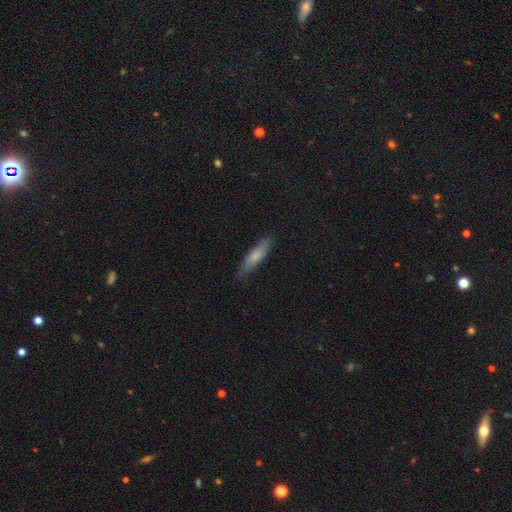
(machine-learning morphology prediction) The model was most divided on "smooth or featured": smooth: 74%, featured or disk: 20%, star or artifact: 6%. More confident: merging — none (83%); how rounded — cigar-shaped (78%).